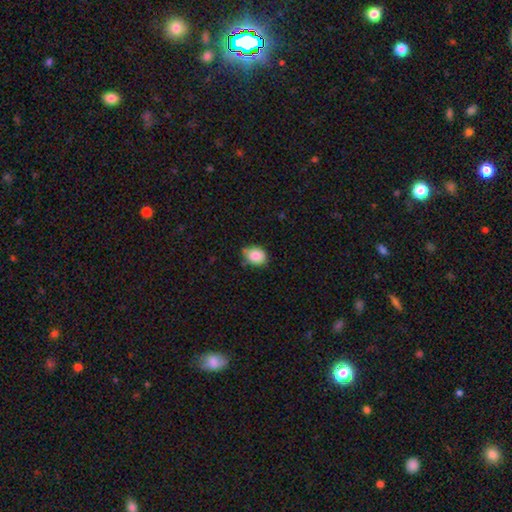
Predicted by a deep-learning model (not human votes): Smooth or featured?
  - smooth: 86% *
  - star or artifact: 8%
  - featured or disk: 6%
How rounded?
  - in between: 53% *
  - round: 46%
  - cigar-shaped: 1%
Merging?
  - none: 72% *
  - minor disturbance: 21%
  - major disturbance: 4%
  - merger: 3%